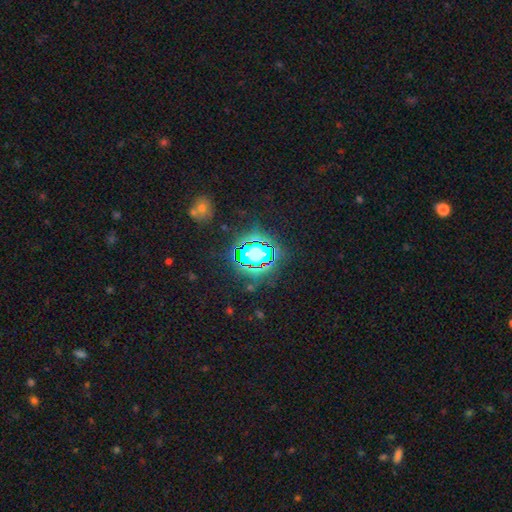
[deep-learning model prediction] Smooth or featured: star or artifact — 69% (smooth — 20%)